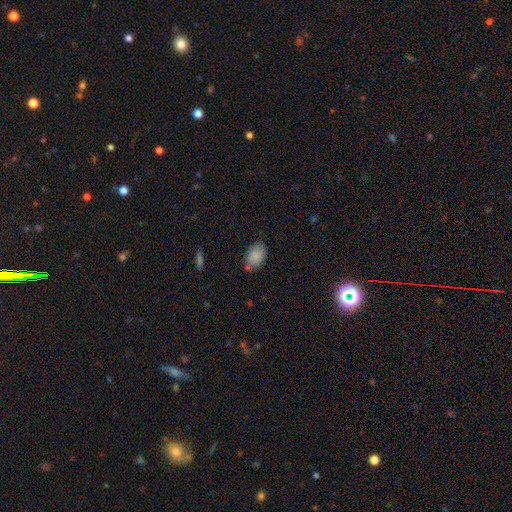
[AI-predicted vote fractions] smooth_or_featured: smooth (p=0.87) [alt: star or artifact p=0.07]
how_rounded: in between (p=0.88) [alt: round p=0.10]
merging: none (p=0.71) [alt: minor disturbance p=0.19]